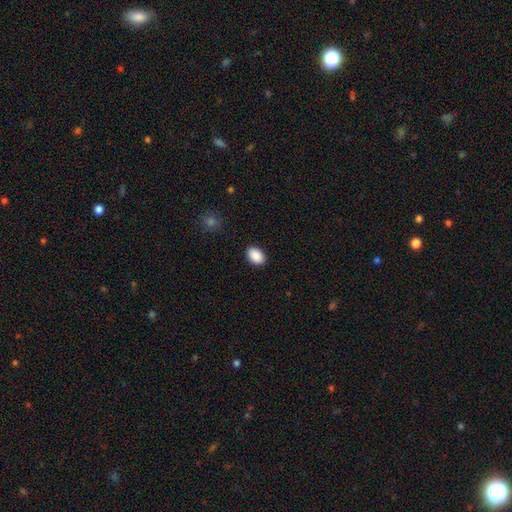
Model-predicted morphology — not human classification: type=smooth (90%); roundness=in between (83%); merging=none (89%).